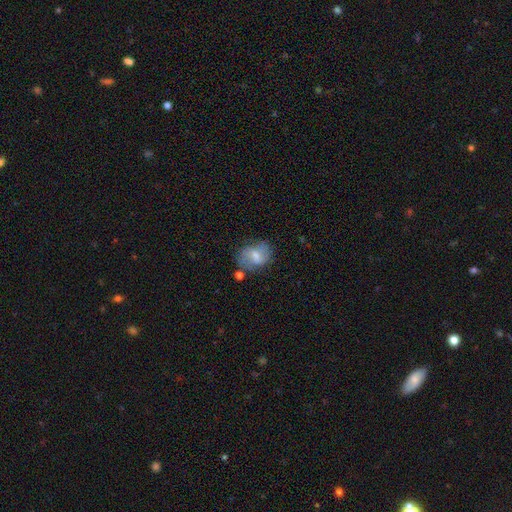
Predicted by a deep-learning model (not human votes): This appears to be a smooth galaxy with no disk features (51%) that is in between round and cigar-shaped (63%). Merging: none (55%).